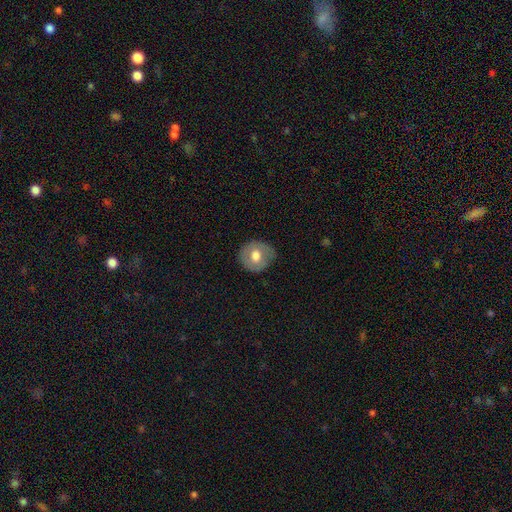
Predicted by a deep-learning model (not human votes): smooth 60%, featured or disk 33%, star or artifact 7%. Down the decision tree: how rounded — round (83%); merging — none (80%).